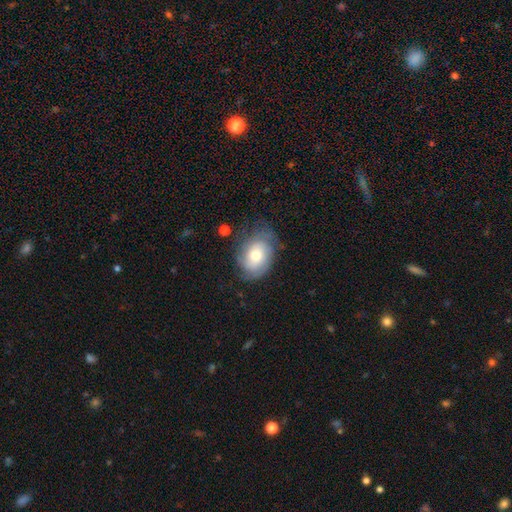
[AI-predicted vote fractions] A smooth galaxy with no disk features (46%, tied with featured or disk).

Vote fractions:
- Smooth or featured? smooth: 46% (tied) / featured or disk: 46% (tied) / star or artifact: 8%
- Merging? none: 59% / minor disturbance: 27% / major disturbance: 12% / merger: 2%